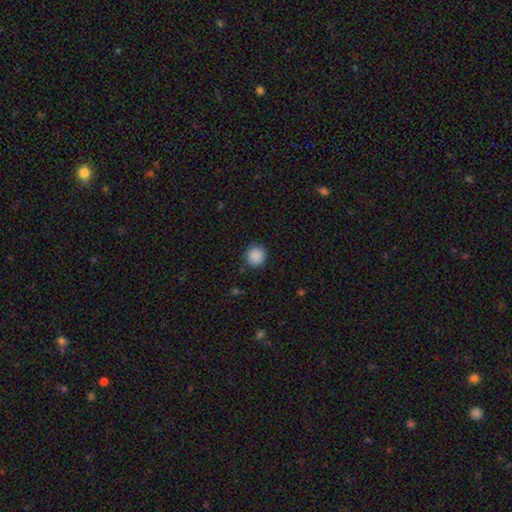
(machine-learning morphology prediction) smooth 88%, star or artifact 9%, featured or disk 3%. Down the decision tree: how rounded — round (92%); merging — none (88%).